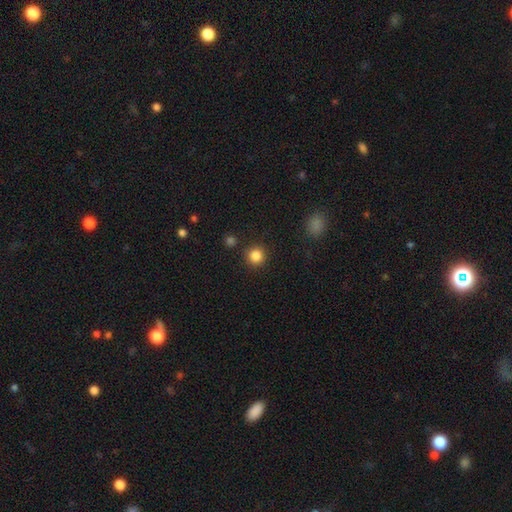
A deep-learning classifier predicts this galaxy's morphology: A smooth galaxy with no disk features (85%) that is round (94%). Merging: none (89%).